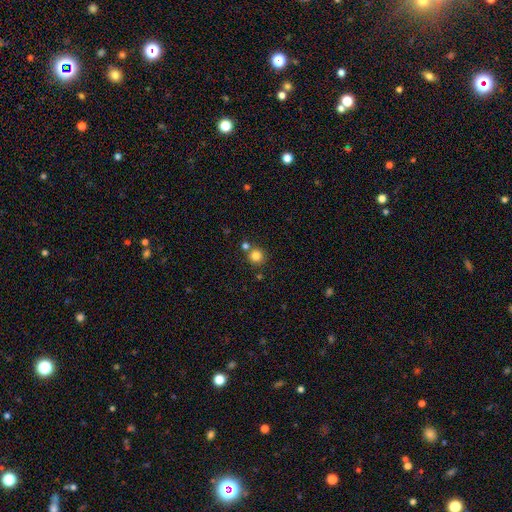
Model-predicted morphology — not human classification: Overall: smooth (82%). How rounded: round (93%). Merging: none (73%).